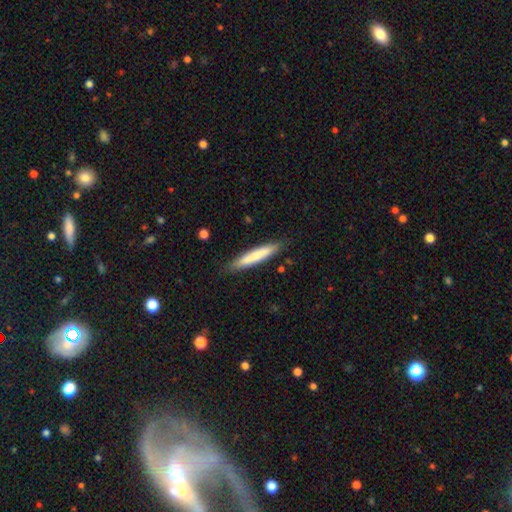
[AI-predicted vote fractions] Smooth or featured? Predicted: smooth (p=0.71). How rounded? Predicted: cigar-shaped (p=0.92). Merging? Predicted: none (p=0.86).